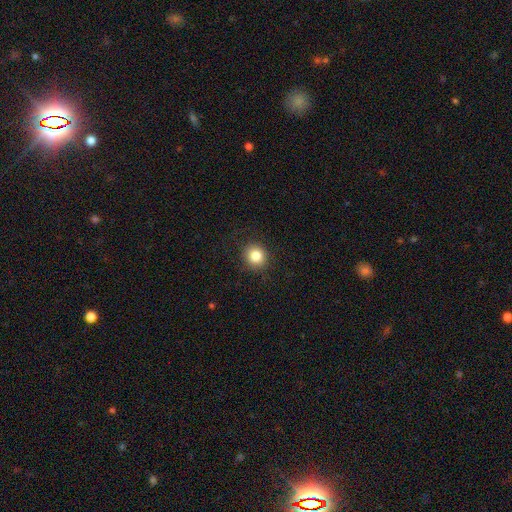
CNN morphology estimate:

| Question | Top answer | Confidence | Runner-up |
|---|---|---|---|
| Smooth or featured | smooth | 84% | star or artifact (10%) |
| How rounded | round | 87% | in between (12%) |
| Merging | none | 89% | minor disturbance (7%) |